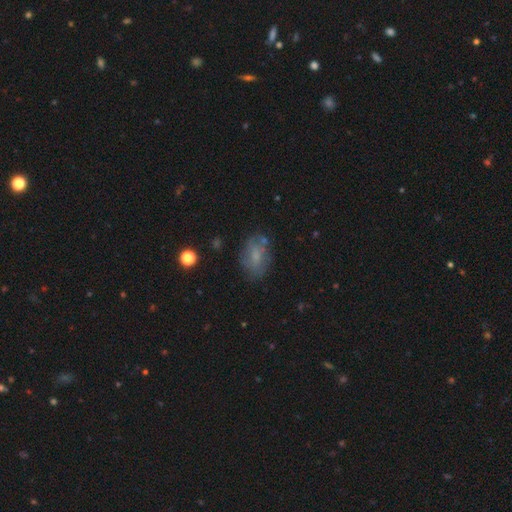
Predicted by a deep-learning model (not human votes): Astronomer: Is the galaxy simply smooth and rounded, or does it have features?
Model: smooth — 57% (runner-up: featured or disk, 32%).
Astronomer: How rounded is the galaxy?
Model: in between — 84%.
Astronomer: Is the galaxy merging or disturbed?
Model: none — 65%.